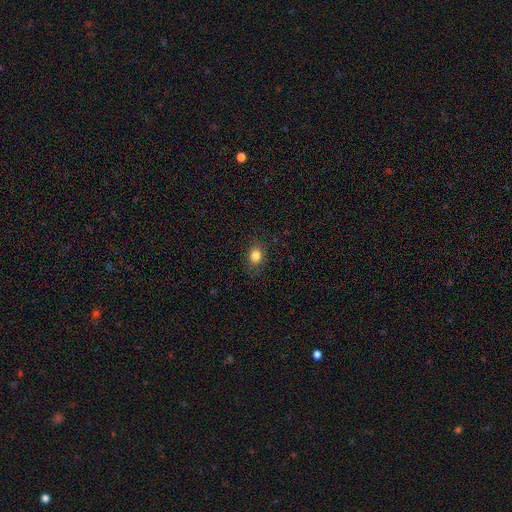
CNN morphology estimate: Smooth or featured: smooth — 83% (star or artifact — 11%)
How rounded: in between — 56% (round — 42%)
Merging: none — 83% (minor disturbance — 12%)